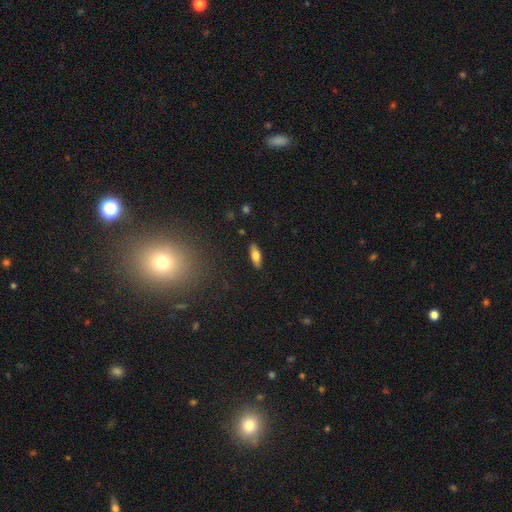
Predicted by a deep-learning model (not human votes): Morphology: type=smooth (71%); roundness=in between (73%); merging=none (89%).